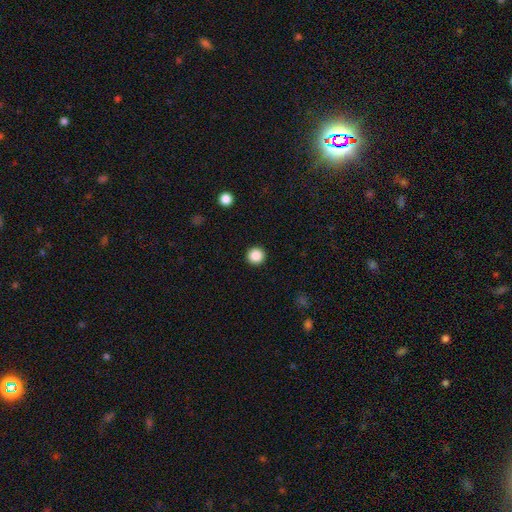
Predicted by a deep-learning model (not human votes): The model was most divided on "smooth or featured": smooth: 87%, star or artifact: 10%, featured or disk: 3%. More confident: how rounded — round (96%); merging — none (93%).